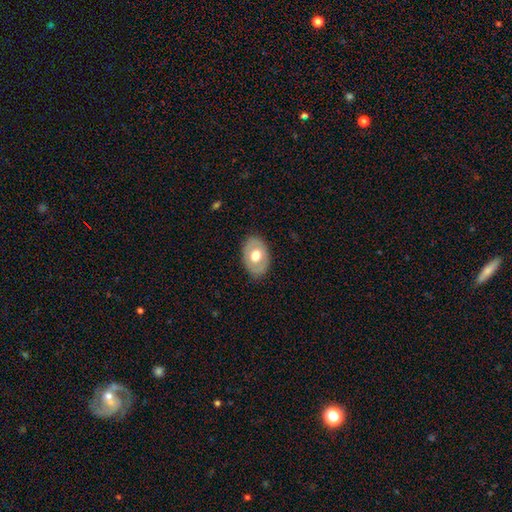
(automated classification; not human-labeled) Smooth or featured? smooth (57%)
How rounded? in between (82%)
Merging? none (83%)